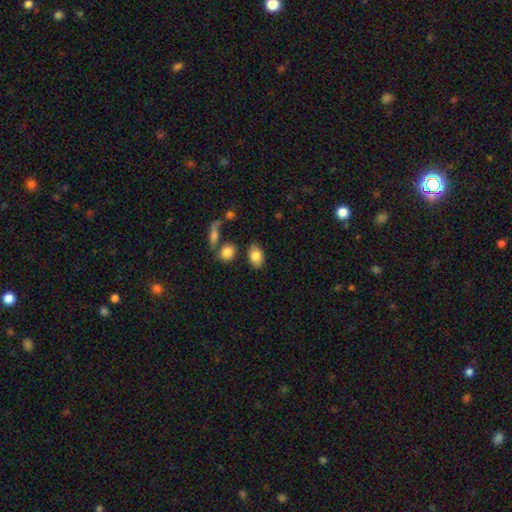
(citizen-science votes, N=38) Smooth or featured? 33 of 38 (87%) said smooth. How rounded? 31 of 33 (94%) said in between. Merging? 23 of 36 (64%) said none.